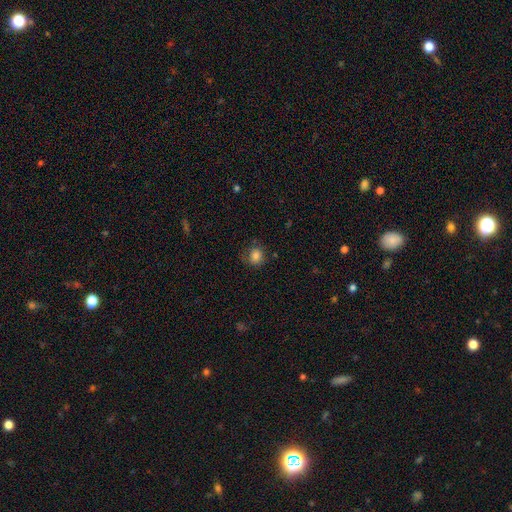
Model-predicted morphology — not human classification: smooth_or_featured: smooth (p=0.81) [alt: star or artifact p=0.11]
how_rounded: round (p=0.73) [alt: in between p=0.26]
merging: none (p=0.75) [alt: minor disturbance p=0.17]